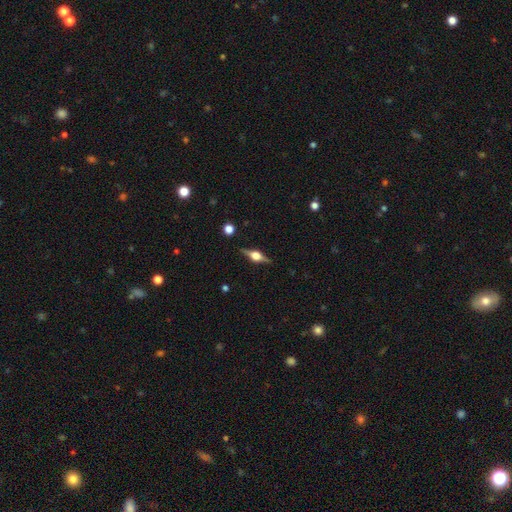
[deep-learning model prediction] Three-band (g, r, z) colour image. It shows a featured or disk galaxy (79%) viewed edge-on (97%) with a rounded central bulge (92%). Merging: none (88%).